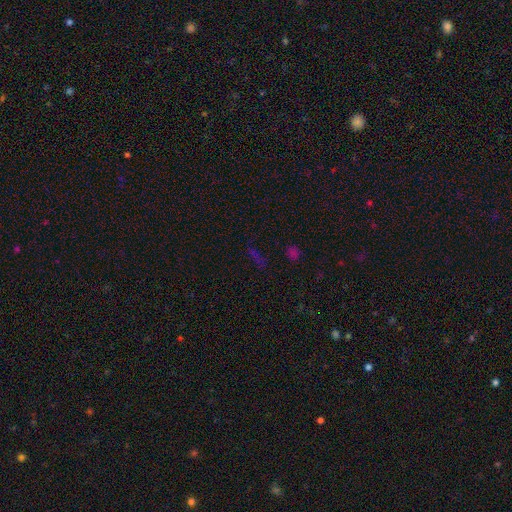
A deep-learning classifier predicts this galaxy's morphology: This appears to be a star or artifact, not a galaxy (58%).